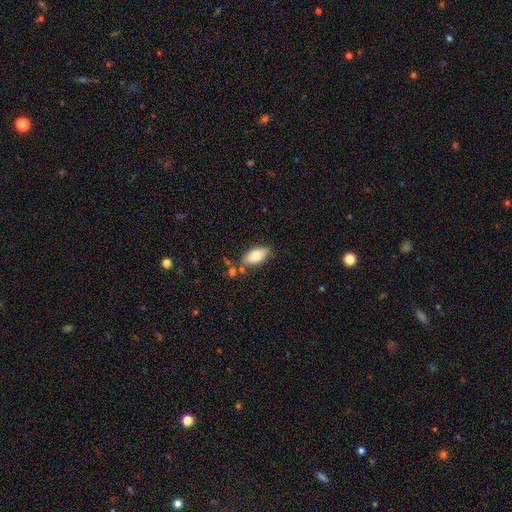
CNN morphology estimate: smooth 79%, featured or disk 14%, star or artifact 7%. Down the decision tree: how rounded — in between (91%); merging — none (76%).